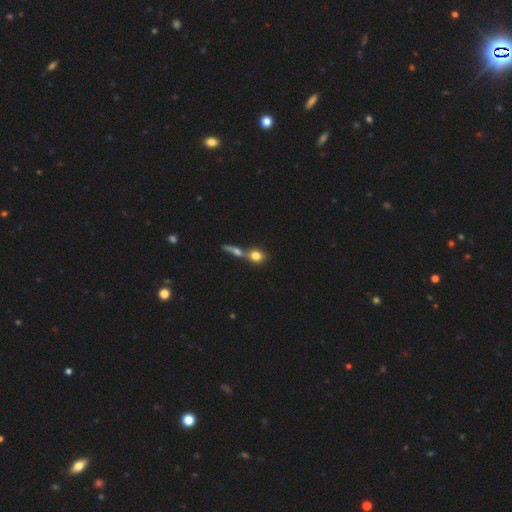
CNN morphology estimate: This is likely a smooth galaxy (74%). How rounded: likely round (65%). Merging: possibly merger (55%).